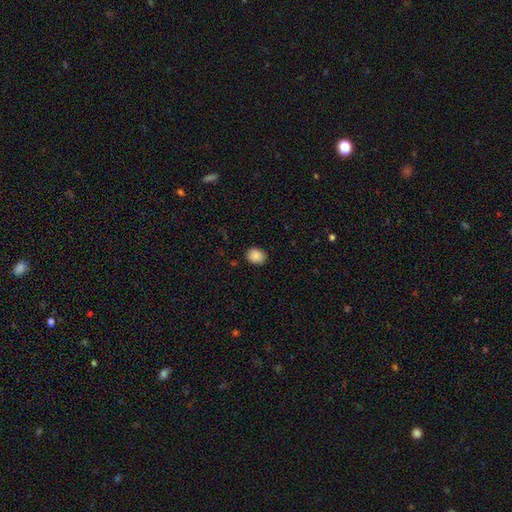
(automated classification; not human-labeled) Q: Smooth or featured?
A: smooth (88%); runner-up: star or artifact (9%)
Q: How rounded?
A: round (57%); runner-up: in between (42%)
Q: Merging?
A: none (87%); runner-up: minor disturbance (10%)